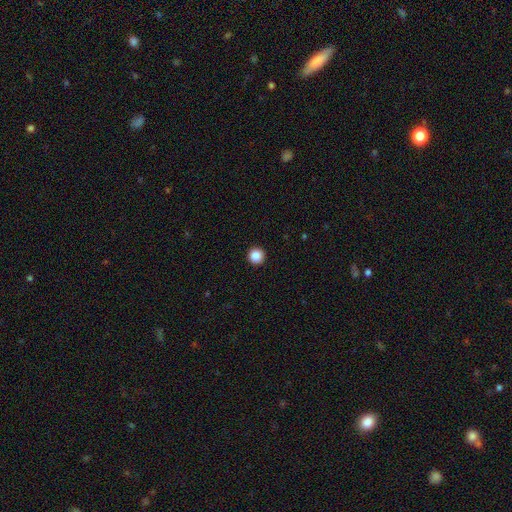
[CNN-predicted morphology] A smooth galaxy with no disk features (87%) that is round (97%). Merging: none (94%).